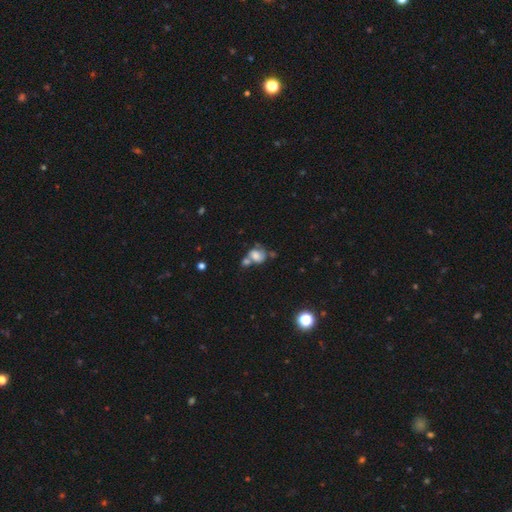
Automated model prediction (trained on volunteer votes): smooth-or-featured: smooth: 59% | featured or disk: 29% | star or artifact: 12%
  how-rounded: in between: 53% | round: 46% | cigar-shaped: 1%
  merging: merger: 44% | none: 27% | minor disturbance: 16% | major disturbance: 13%